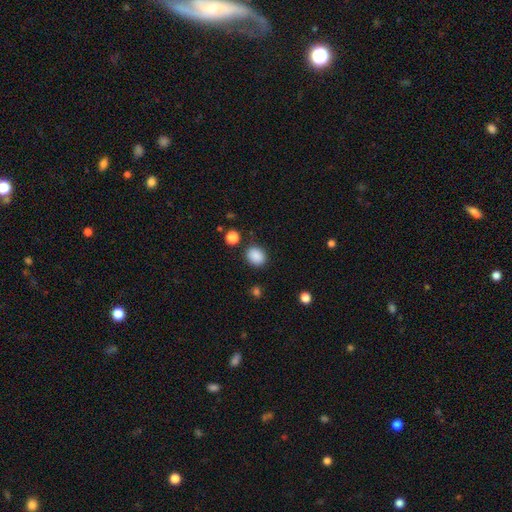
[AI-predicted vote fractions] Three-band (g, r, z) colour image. It shows a smooth galaxy with no disk features (88%) that is round (55%). Merging: none (83%).